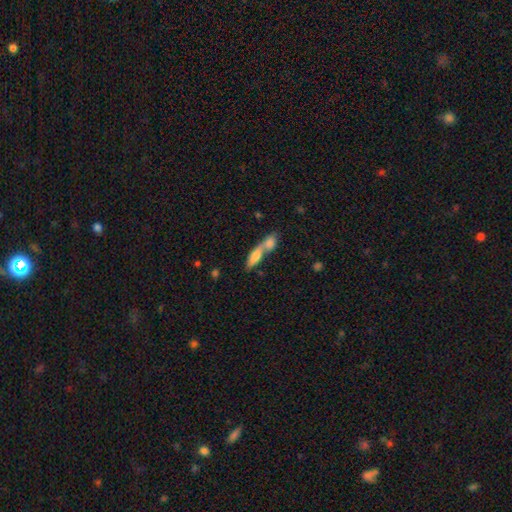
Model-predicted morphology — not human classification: The model was most divided on "how rounded": in between: 57%, cigar-shaped: 38%, round: 5%. More confident: smooth or featured — smooth (71%); merging — merger (70%).